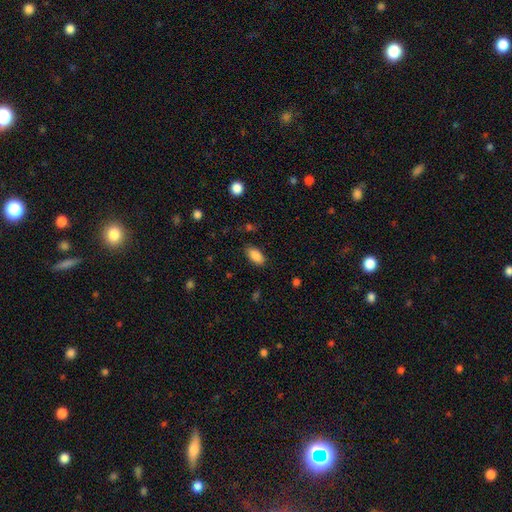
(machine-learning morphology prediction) Smooth or featured? smooth (87%)
How rounded? in between (92%)
Merging? none (84%)